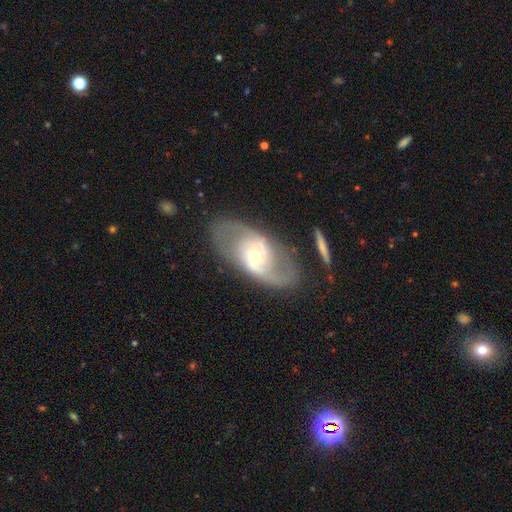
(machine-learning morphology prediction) smooth-or-featured: featured or disk: 80% | smooth: 15% | star or artifact: 6%
  disk-edge-on: no: 93% | yes: 7%
    bar: no: 53% | weak: 34% | strong: 14%
    has-spiral-arms: yes: 85% | no: 15%
      spiral-winding: medium: 46% | loose: 32% | tight: 22%
      spiral-arm-count: 2: 86% | can't tell: 8% | 1: 3% | 3: 2% | 4: 1% | more than 4: 1%
    bulge-size: moderate: 61% | small: 30% | large: 7% | dominant: 1% | none: 1%
  merging: none: 75% | minor disturbance: 14% | major disturbance: 8% | merger: 3%